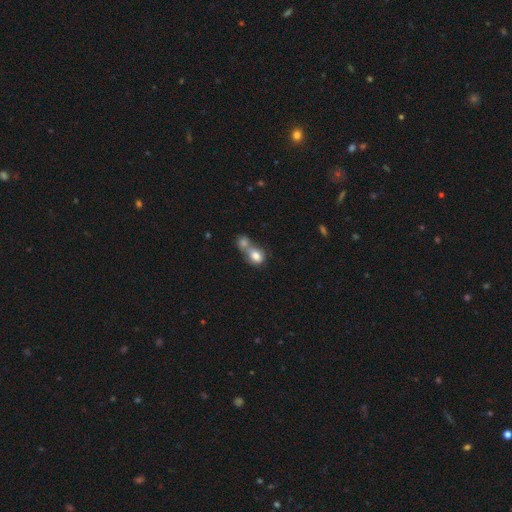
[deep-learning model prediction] Overall: smooth (80%). How rounded: in between (52%; round 46%). Merging: merger (67%).